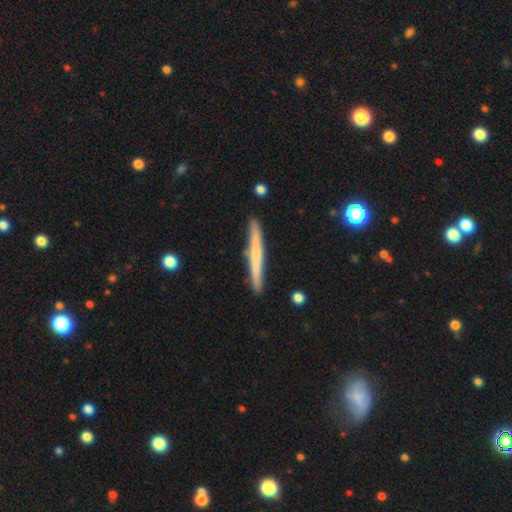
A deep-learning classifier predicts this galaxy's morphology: type=featured or disk (57%); edge-on=yes (97%); edge-on bulge=rounded (51%); merging=none (89%).